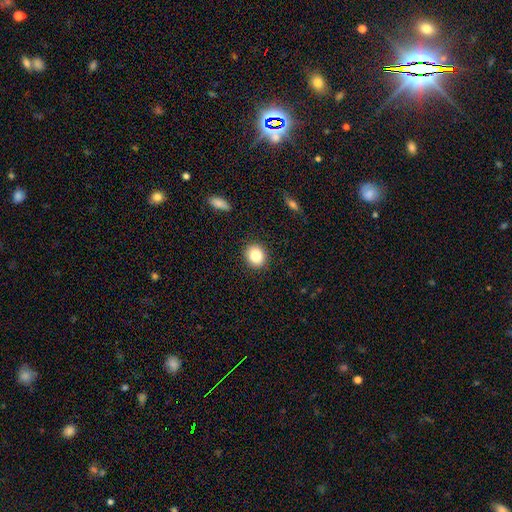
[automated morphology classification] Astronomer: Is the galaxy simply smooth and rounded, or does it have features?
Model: smooth — 84%.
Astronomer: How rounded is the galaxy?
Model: round — 69%.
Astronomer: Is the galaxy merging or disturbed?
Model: none — 90%.